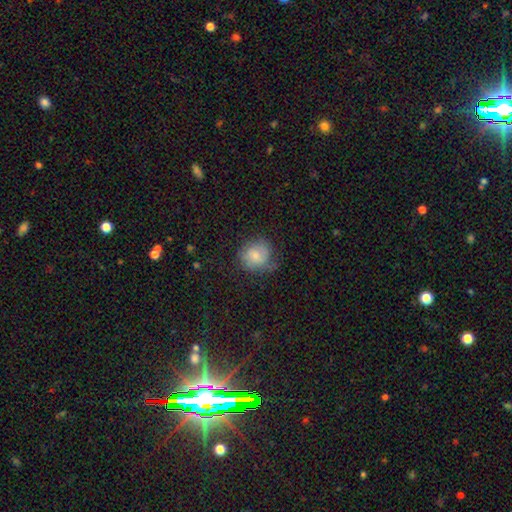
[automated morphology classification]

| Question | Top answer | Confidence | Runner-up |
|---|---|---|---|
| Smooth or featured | smooth | 68% | featured or disk (23%) |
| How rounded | round | 81% | in between (18%) |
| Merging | none | 57% | minor disturbance (28%) |